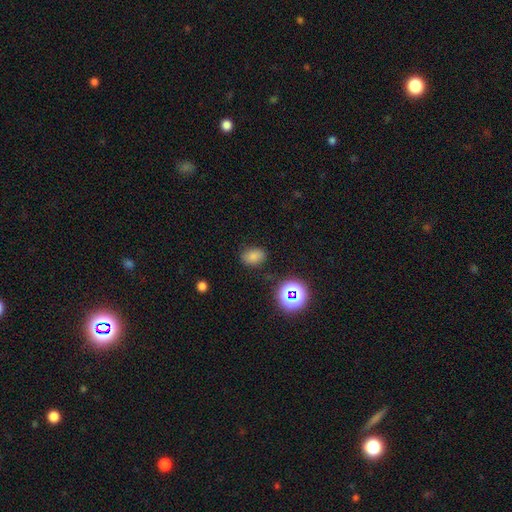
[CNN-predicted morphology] This is likely a smooth galaxy (76%). How rounded: likely in between (77%). Merging: clearly none (81%).